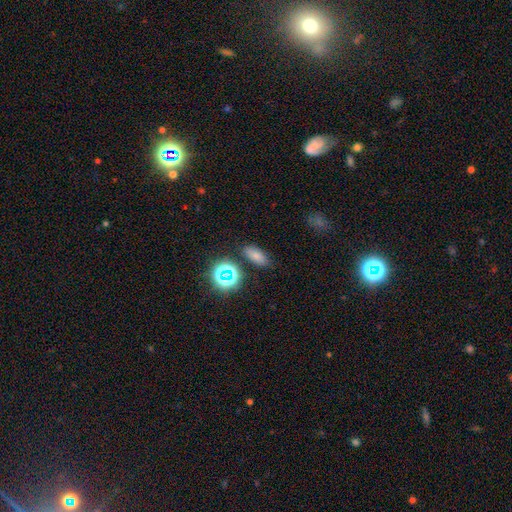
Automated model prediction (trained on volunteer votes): The model was most divided on "smooth or featured": smooth: 72%, star or artifact: 19%, featured or disk: 9%. More confident: how rounded — in between (83%); merging — none (81%).